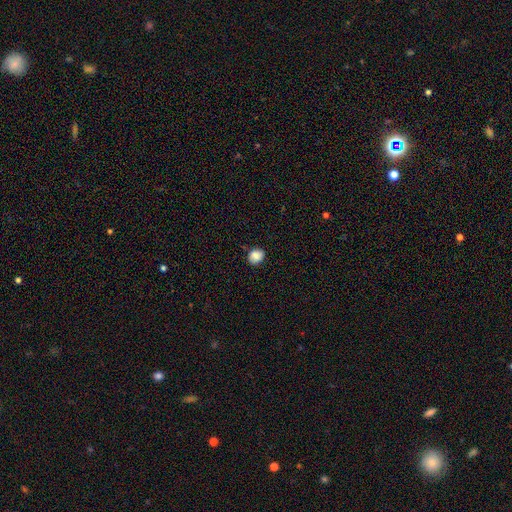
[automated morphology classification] A smooth galaxy with no disk features (87%) that is round (66%).

Vote fractions:
- Smooth or featured? smooth: 87% / star or artifact: 9% / featured or disk: 4%
- How rounded? round: 66% / in between: 33% / cigar-shaped: 1%
- Merging? none: 83% / minor disturbance: 12% / major disturbance: 2% / merger: 2%